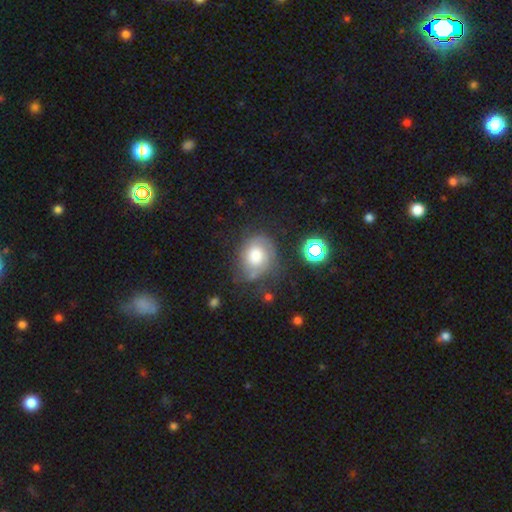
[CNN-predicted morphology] Smooth or featured? smooth (44%, tied with featured or disk)
Merging? none (59%)